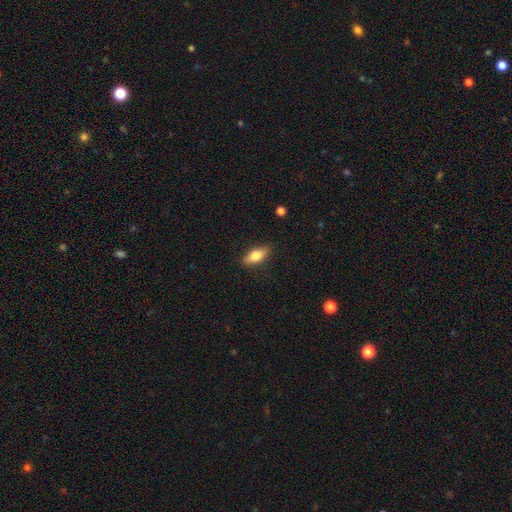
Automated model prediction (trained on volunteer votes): Q: Smooth or featured?
A: smooth (75%); runner-up: featured or disk (18%)
Q: How rounded?
A: in between (80%); runner-up: cigar-shaped (16%)
Q: Merging?
A: none (85%); runner-up: minor disturbance (12%)